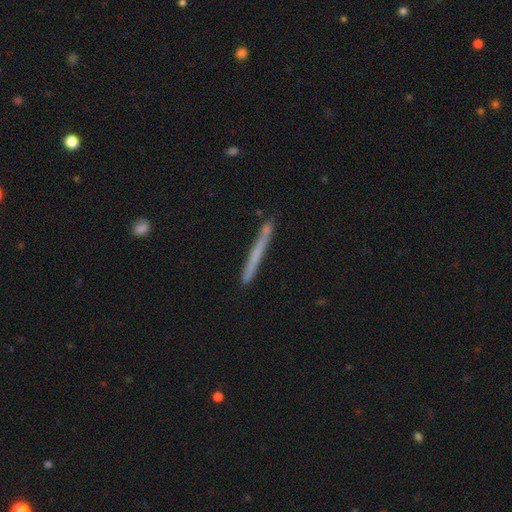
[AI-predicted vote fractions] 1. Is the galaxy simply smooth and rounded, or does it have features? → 56% smooth, 37% featured or disk, 6% star or artifact.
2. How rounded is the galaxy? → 97% cigar-shaped, 2% in between, 1% round.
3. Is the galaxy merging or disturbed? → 85% none, 11% minor disturbance, 2% merger, 2% major disturbance.